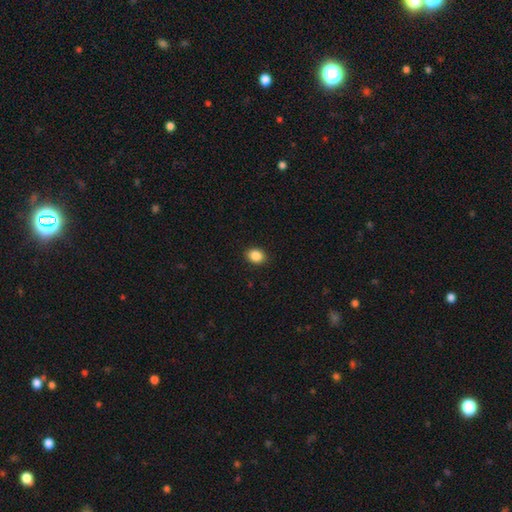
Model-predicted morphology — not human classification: type=smooth (88%); roundness=in between (56%); merging=none (91%).